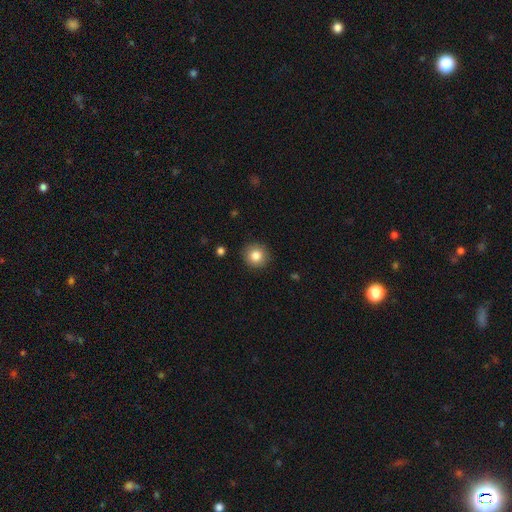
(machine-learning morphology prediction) Smooth or featured: smooth — 83% (star or artifact — 10%)
How rounded: round — 92% (in between — 7%)
Merging: none — 90% (minor disturbance — 7%)